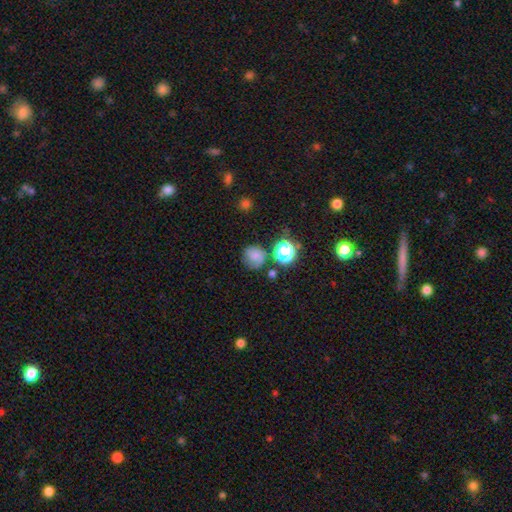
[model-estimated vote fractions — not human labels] A smooth galaxy with no disk features (68%) that is round (83%). Merging: none (64%).